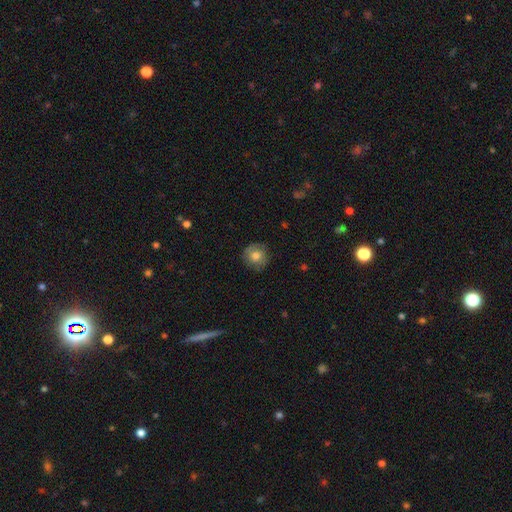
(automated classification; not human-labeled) smooth-or-featured: smooth: 72% | featured or disk: 19% | star or artifact: 9%
  how-rounded: round: 90% | in between: 9% | cigar-shaped: 1%
  merging: none: 80% | minor disturbance: 15% | major disturbance: 4% | merger: 1%